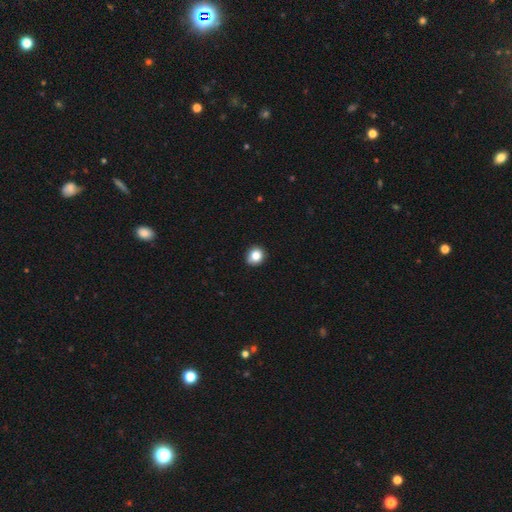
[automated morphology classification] Smooth or featured? smooth (85%)
How rounded? round (83%)
Merging? none (87%)